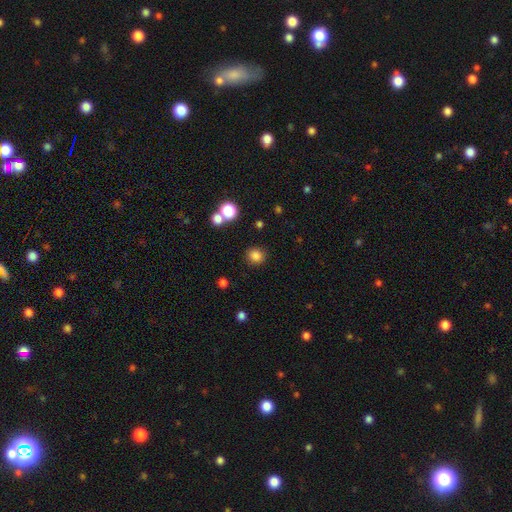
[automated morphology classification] type=smooth (83%); roundness=round (86%); merging=none (87%).